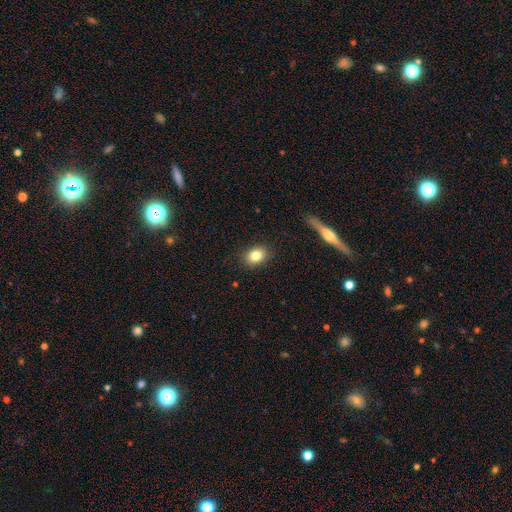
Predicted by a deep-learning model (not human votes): smooth 83%, star or artifact 9%, featured or disk 8%. Down the decision tree: how rounded — in between (60%); merging — none (87%).